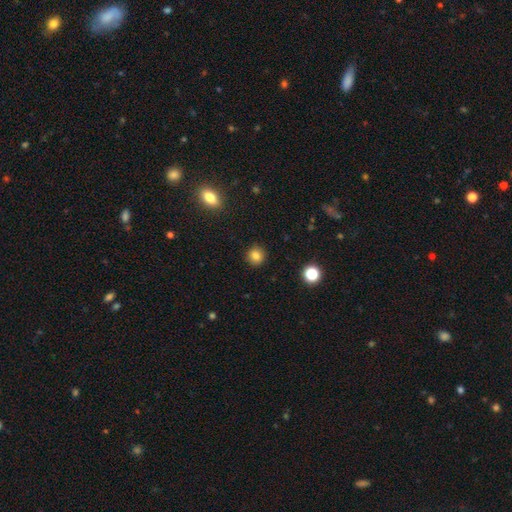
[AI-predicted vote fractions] This is clearly a smooth galaxy (82%). How rounded: clearly round (92%). Merging: clearly none (91%).